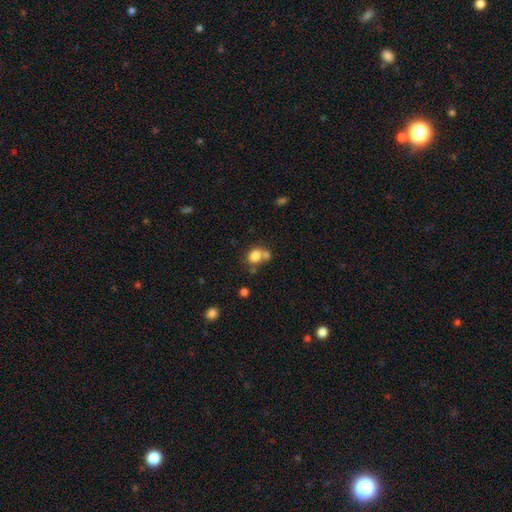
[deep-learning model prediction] Smooth or featured? smooth (79%)
How rounded? round (67%)
Merging? none (43%)